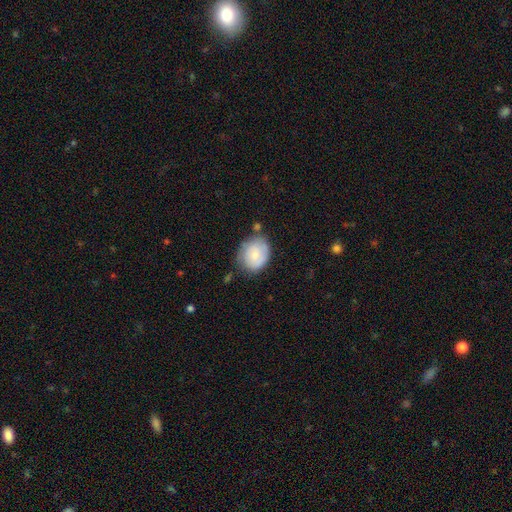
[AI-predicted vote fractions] smooth 71%, featured or disk 23%, star or artifact 7%. Down the decision tree: how rounded — round (56%); merging — none (64%).